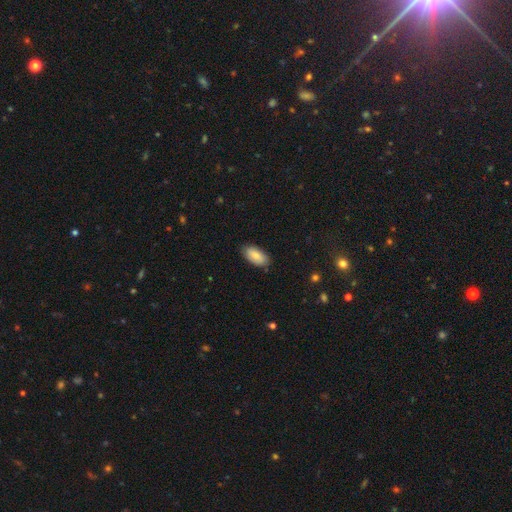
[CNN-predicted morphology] Smooth or featured?
  - smooth: 84% *
  - featured or disk: 10%
  - star or artifact: 6%
How rounded?
  - in between: 94% *
  - cigar-shaped: 4%
  - round: 2%
Merging?
  - none: 84% *
  - minor disturbance: 13%
  - major disturbance: 2%
  - merger: 1%